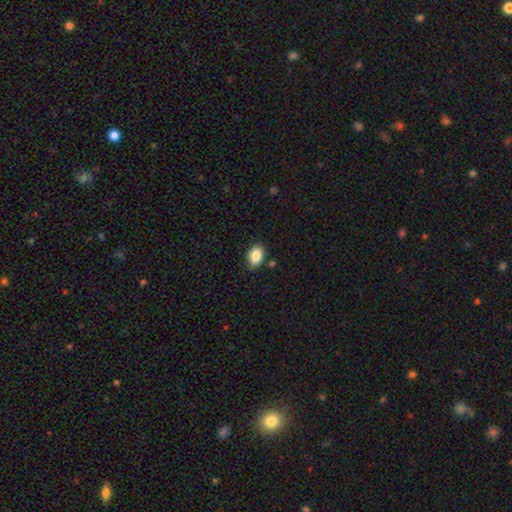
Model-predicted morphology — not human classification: Smooth or featured? smooth (88%)
How rounded? in between (85%)
Merging? none (84%)